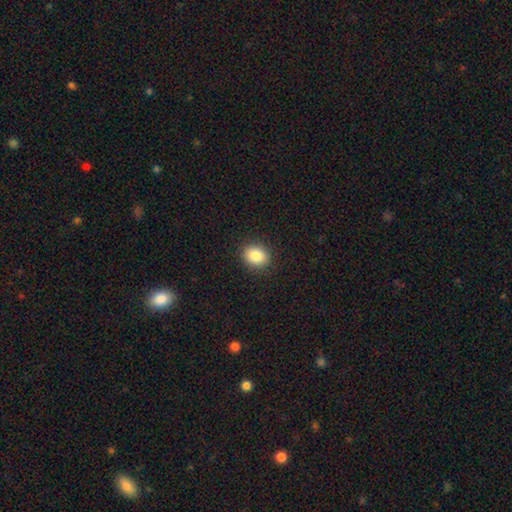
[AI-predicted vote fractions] This is clearly a smooth galaxy (86%). How rounded: possibly round (58%). Merging: clearly none (90%).